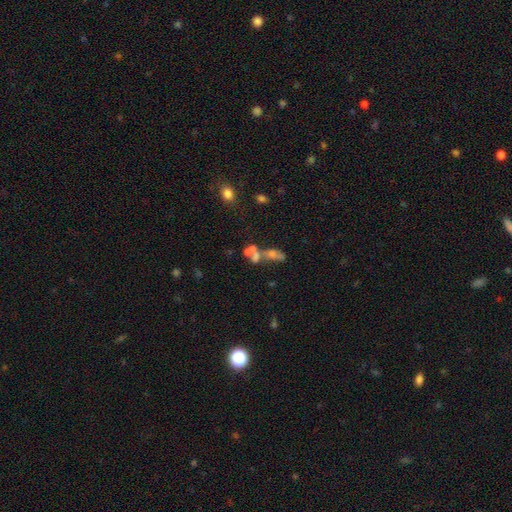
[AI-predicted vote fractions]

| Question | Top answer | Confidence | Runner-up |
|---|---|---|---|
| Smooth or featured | featured or disk | 37% | tied: smooth (37%) |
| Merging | merger | 48% | none (31%) |